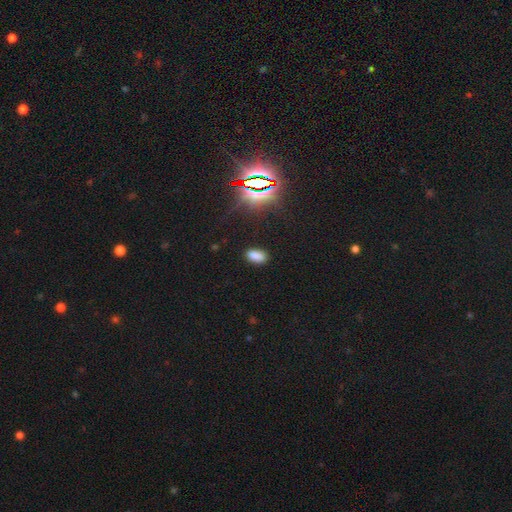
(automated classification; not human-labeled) This appears to be a smooth galaxy with no disk features (78%) that is in between round and cigar-shaped (92%). Merging: none (87%).